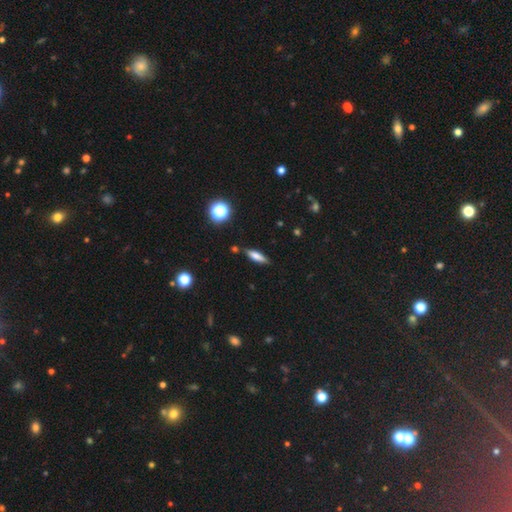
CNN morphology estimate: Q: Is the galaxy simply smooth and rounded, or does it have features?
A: smooth — 66%.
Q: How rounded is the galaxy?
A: cigar-shaped — 58%.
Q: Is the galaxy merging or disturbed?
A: none — 81%.